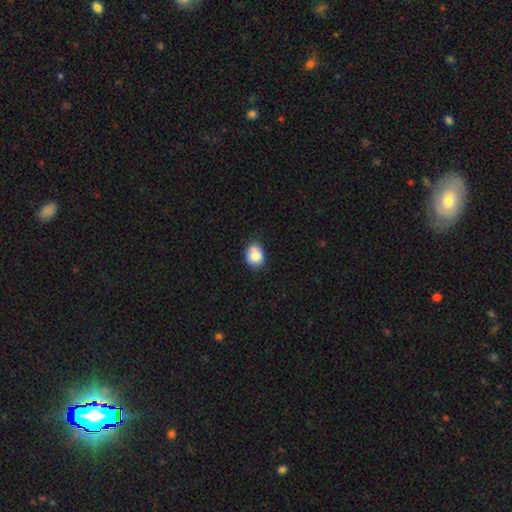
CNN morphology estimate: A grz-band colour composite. It shows a smooth galaxy with no disk features (84%) that is in between round and cigar-shaped (51%). Merging: none (69%).